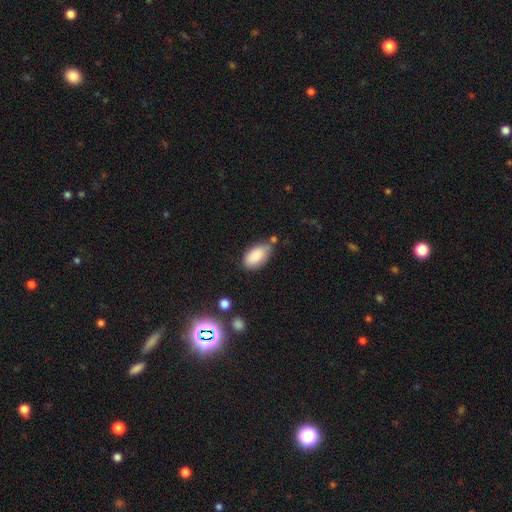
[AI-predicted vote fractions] A smooth galaxy with no disk features (86%) that is in between round and cigar-shaped (94%).

Vote fractions:
- Smooth or featured? smooth: 86% / star or artifact: 7% / featured or disk: 7%
- How rounded? in between: 94% / round: 3% / cigar-shaped: 3%
- Merging? none: 61% / minor disturbance: 25% / merger: 9% / major disturbance: 5%